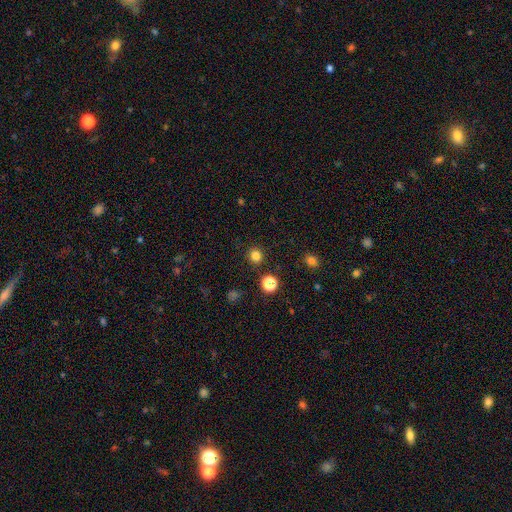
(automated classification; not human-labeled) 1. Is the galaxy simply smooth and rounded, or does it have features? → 80% smooth, 16% star or artifact, 4% featured or disk.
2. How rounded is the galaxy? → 90% round, 9% in between, 1% cigar-shaped.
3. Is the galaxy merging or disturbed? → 90% none, 6% minor disturbance, 2% major disturbance, 2% merger.